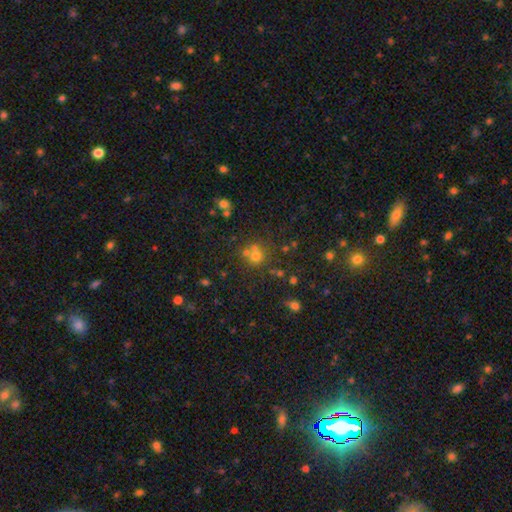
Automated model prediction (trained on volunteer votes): The model was most divided on "merging": none: 56%, merger: 30%, minor disturbance: 10%, major disturbance: 5%. More confident: how rounded — round (86%); smooth or featured — smooth (61%).